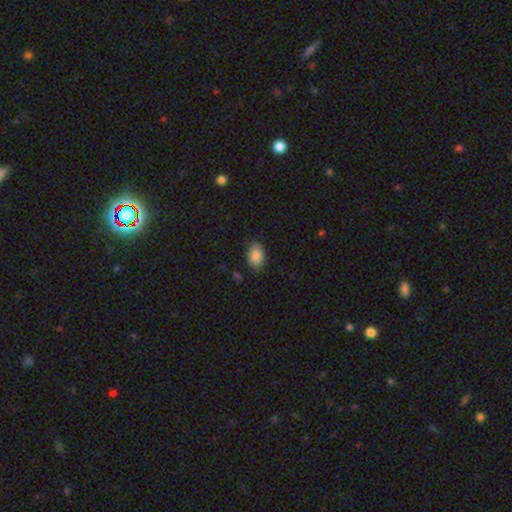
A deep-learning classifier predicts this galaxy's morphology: The model was most divided on "merging": none: 82%, minor disturbance: 14%, major disturbance: 3%, merger: 1%. More confident: smooth or featured — smooth (87%); how rounded — in between (86%).